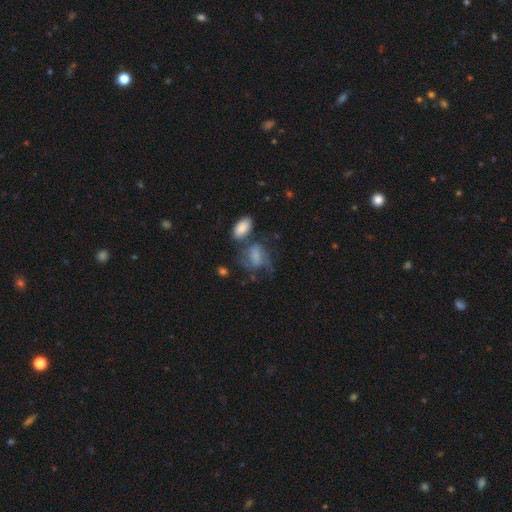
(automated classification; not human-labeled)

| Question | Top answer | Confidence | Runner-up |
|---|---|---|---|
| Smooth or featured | smooth | 50% | featured or disk (39%) |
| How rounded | in between | 68% | round (30%) |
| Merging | none | 32% | major disturbance (30%) |